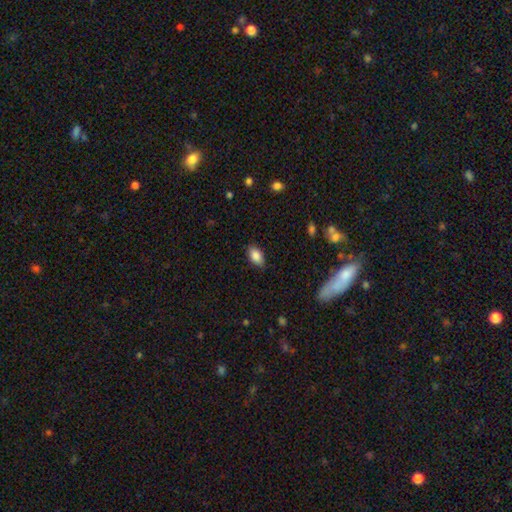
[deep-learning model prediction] smooth 87%, star or artifact 8%, featured or disk 6%. Down the decision tree: how rounded — in between (91%); merging — none (84%).